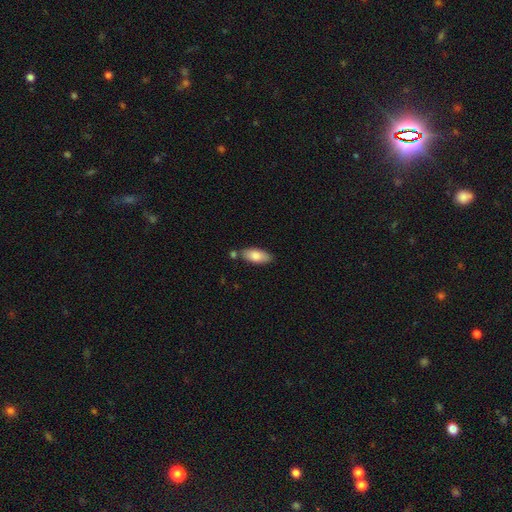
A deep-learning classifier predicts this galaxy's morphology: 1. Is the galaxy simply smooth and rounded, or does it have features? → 83% smooth, 11% featured or disk, 6% star or artifact.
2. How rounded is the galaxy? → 86% in between, 12% cigar-shaped, 2% round.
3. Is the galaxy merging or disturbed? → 75% none, 13% minor disturbance, 9% merger, 3% major disturbance.